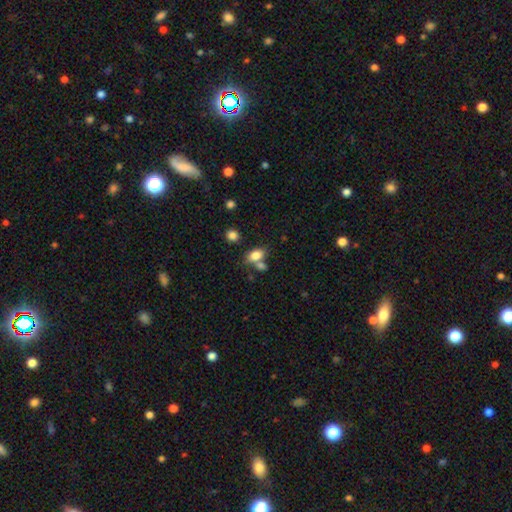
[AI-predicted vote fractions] This appears to be a smooth galaxy with no disk features (80%) that is in between round and cigar-shaped (84%). Merging: none (51%).